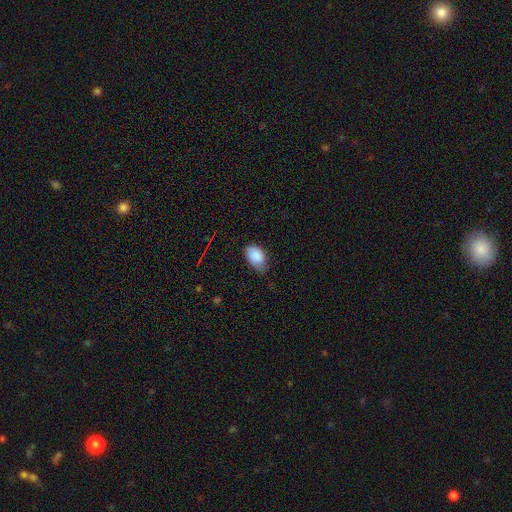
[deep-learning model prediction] smooth 86%, star or artifact 7%, featured or disk 6%. Down the decision tree: how rounded — in between (91%); merging — none (52%).